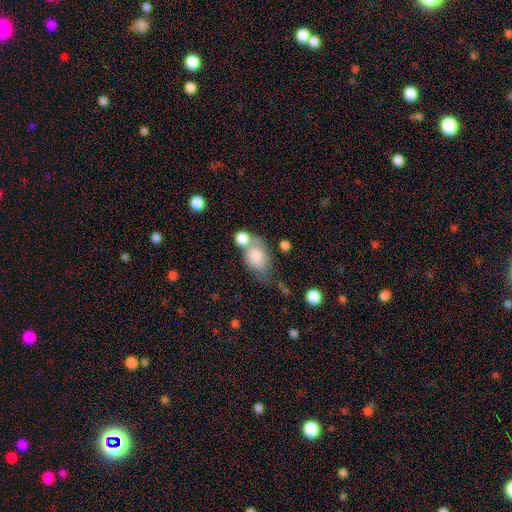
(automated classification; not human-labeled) This is likely a smooth galaxy (78%). How rounded: clearly in between (82%). Merging: marginally merger (37%).